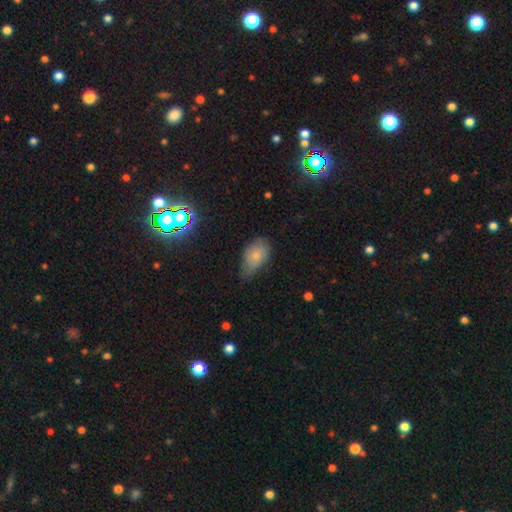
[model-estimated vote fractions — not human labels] Smooth or featured? Predicted: smooth (p=0.75). How rounded? Predicted: in between (p=0.87). Merging? Predicted: minor disturbance (p=0.46).